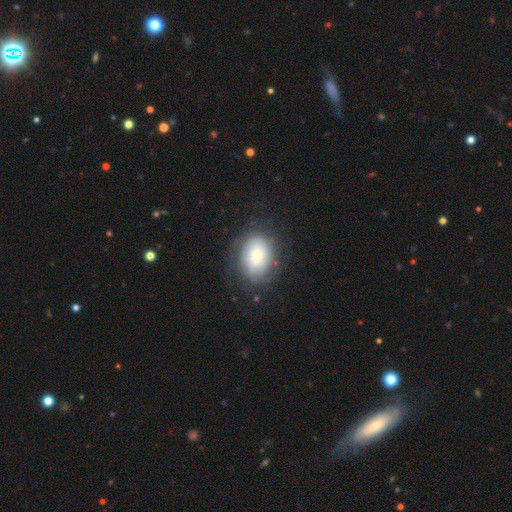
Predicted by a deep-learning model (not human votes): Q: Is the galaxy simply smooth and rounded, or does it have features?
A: smooth — 62%.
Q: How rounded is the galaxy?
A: in between — 60%.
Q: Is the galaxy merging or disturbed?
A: none — 69%.